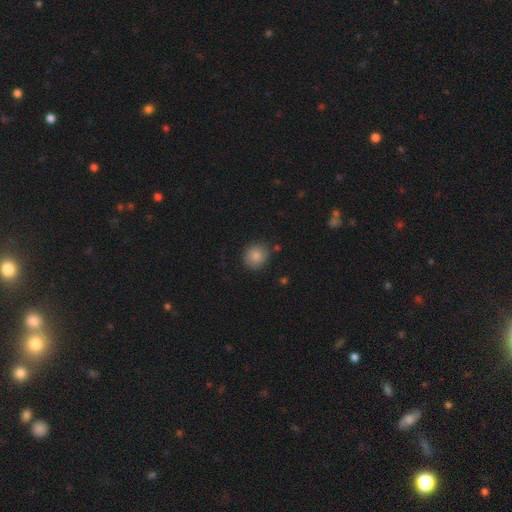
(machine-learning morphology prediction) A smooth galaxy with no disk features (85%) that is round (86%).

Vote fractions:
- Smooth or featured? smooth: 85% / star or artifact: 9% / featured or disk: 6%
- How rounded? round: 86% / in between: 13% / cigar-shaped: 1%
- Merging? none: 82% / minor disturbance: 12% / major disturbance: 3% / merger: 2%